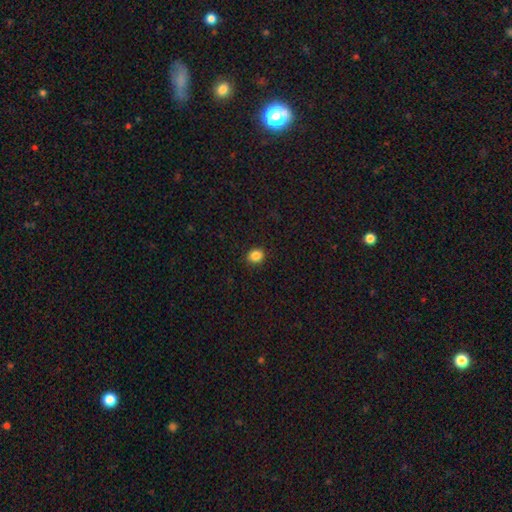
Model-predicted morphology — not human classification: Smooth or featured? Predicted: smooth (p=0.86). How rounded? Predicted: round (p=0.70). Merging? Predicted: none (p=0.91).